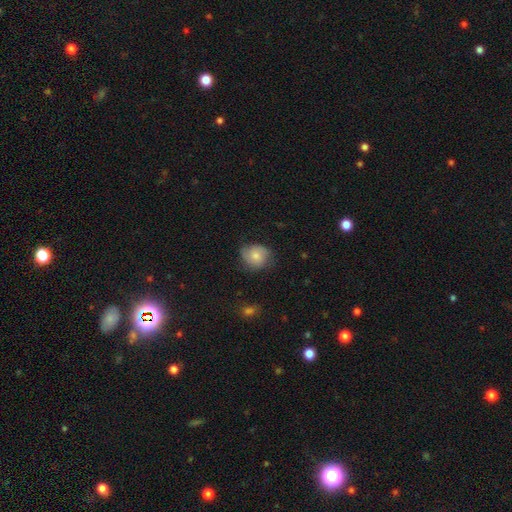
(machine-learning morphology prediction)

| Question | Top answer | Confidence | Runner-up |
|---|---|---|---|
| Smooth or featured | smooth | 68% | featured or disk (25%) |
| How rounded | round | 71% | in between (28%) |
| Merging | none | 61% | minor disturbance (29%) |